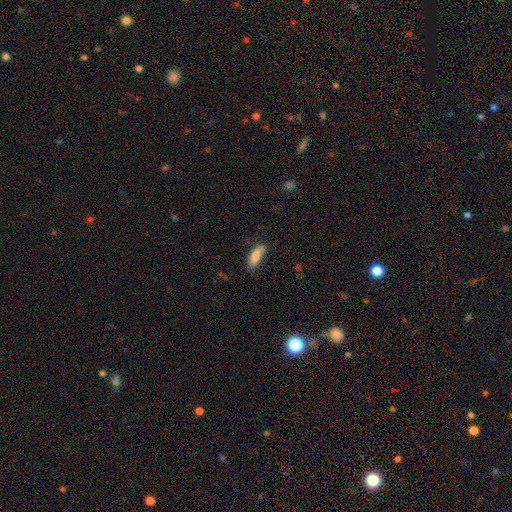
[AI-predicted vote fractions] smooth_or_featured: smooth (p=0.87) [alt: star or artifact p=0.07]
how_rounded: in between (p=0.66) [alt: cigar-shaped p=0.32]
merging: none (p=0.70) [alt: minor disturbance p=0.23]